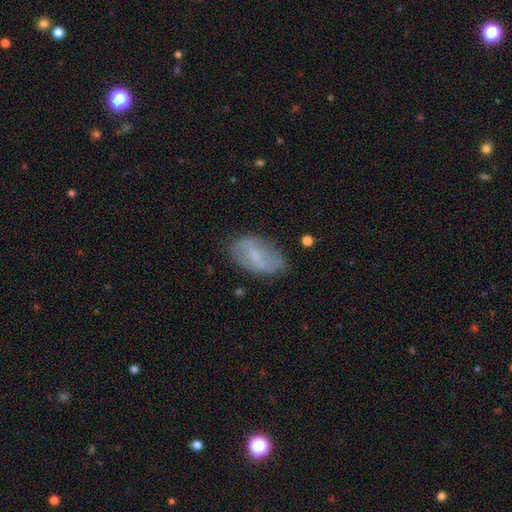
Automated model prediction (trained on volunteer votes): smooth_or_featured: featured or disk (p=0.48) [alt: smooth p=0.43]
merging: none (p=0.72) [alt: minor disturbance p=0.19]